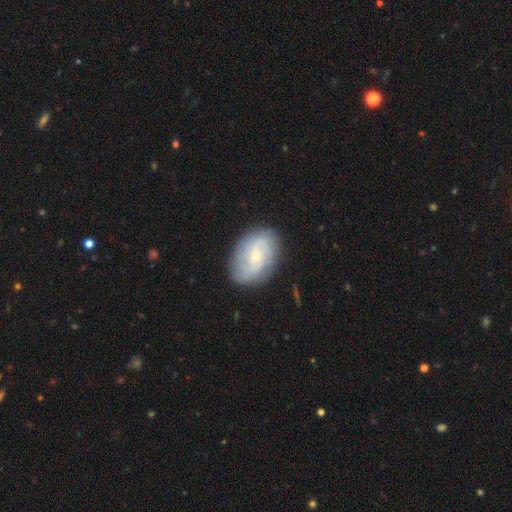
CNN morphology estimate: featured or disk 66%, smooth 26%, star or artifact 7%. Down the decision tree: edge-on disk — no (96%); bar — no (66%); spiral arms — yes (86%); spiral arm count — can't tell (38%); spiral winding — tight (50%); bulge size — small (76%); merging — none (82%).